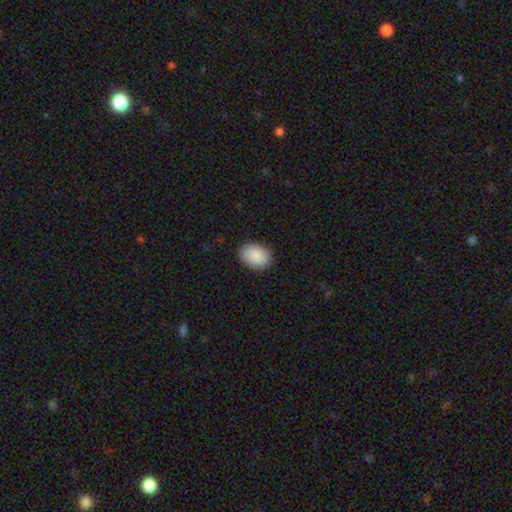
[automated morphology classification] smooth 89%, star or artifact 6%, featured or disk 5%. Down the decision tree: how rounded — in between (76%); merging — none (86%).